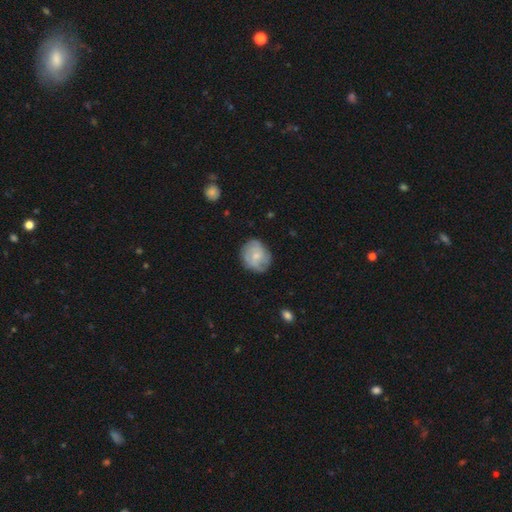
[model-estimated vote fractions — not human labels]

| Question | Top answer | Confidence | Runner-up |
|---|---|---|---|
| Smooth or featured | featured or disk | 58% | smooth (35%) |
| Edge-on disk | no | 98% | yes (2%) |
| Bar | no | 67% | weak (30%) |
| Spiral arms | yes | 86% | no (14%) |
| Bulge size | small | 59% | moderate (32%) |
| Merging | none | 75% | minor disturbance (18%) |